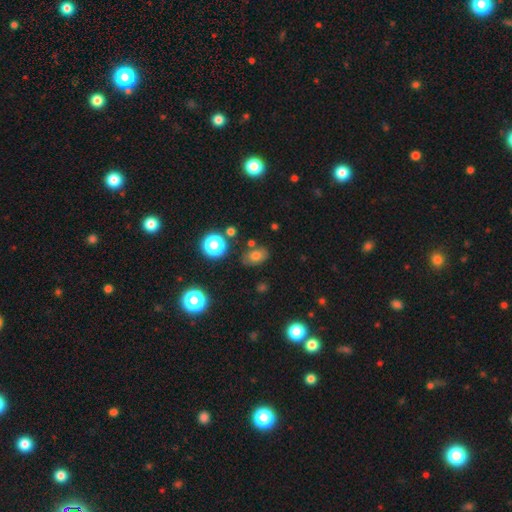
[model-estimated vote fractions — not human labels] smooth-or-featured: smooth: 71% | star or artifact: 17% | featured or disk: 12%
  how-rounded: in between: 78% | round: 20% | cigar-shaped: 2%
  merging: none: 77% | minor disturbance: 14% | merger: 5% | major disturbance: 4%